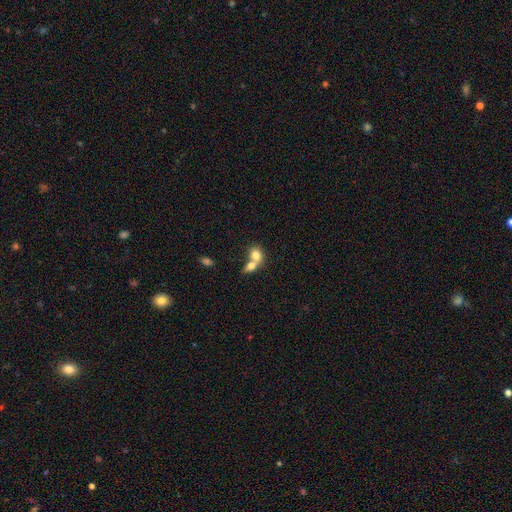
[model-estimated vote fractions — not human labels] Q: Smooth or featured?
A: smooth (76%); runner-up: featured or disk (16%)
Q: How rounded?
A: round (50%); runner-up: in between (48%)
Q: Merging?
A: merger (71%); runner-up: none (20%)